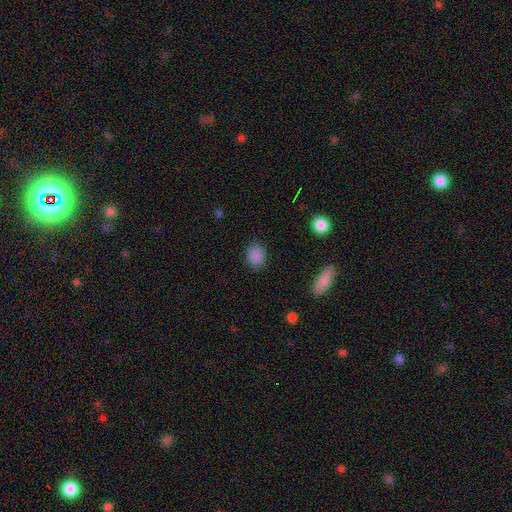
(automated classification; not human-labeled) Morphology: type=smooth (86%); roundness=in between (51%); merging=none (85%).